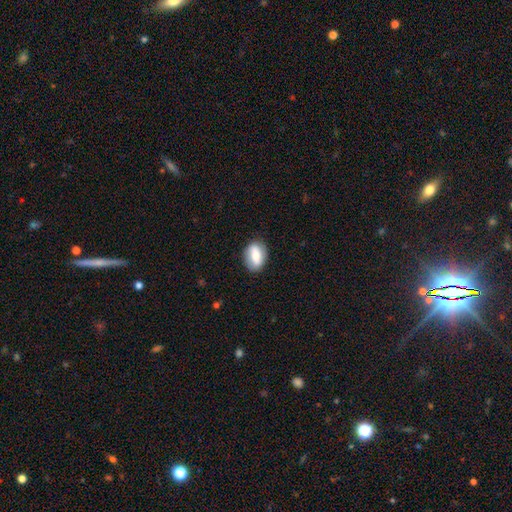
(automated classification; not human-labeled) smooth 62%, featured or disk 32%, star or artifact 7%. Down the decision tree: how rounded — in between (80%); merging — none (84%).